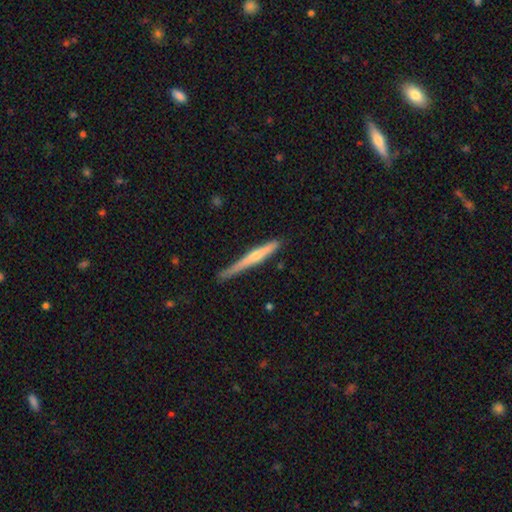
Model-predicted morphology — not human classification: The model was most divided on "smooth or featured": featured or disk: 55%, smooth: 39%, star or artifact: 5%. More confident: edge-on disk — yes (97%); merging — none (70%); edge-on bulge — rounded (69%).